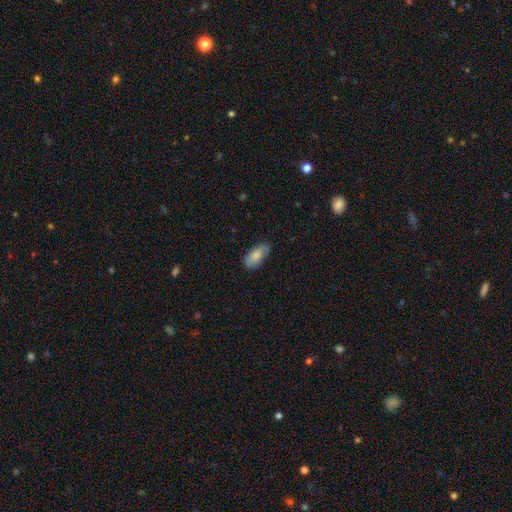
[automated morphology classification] smooth 81%, featured or disk 13%, star or artifact 6%. Down the decision tree: how rounded — in between (90%); merging — none (77%).